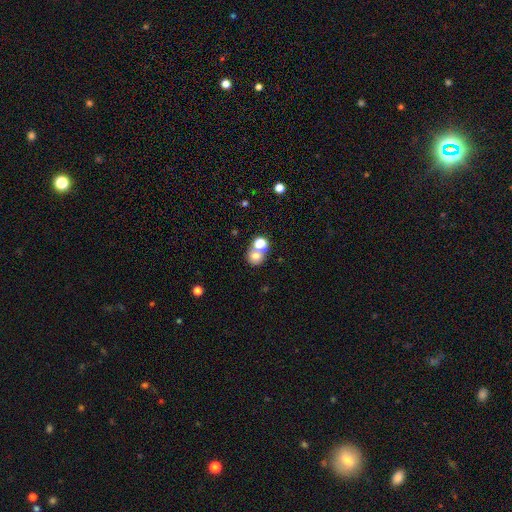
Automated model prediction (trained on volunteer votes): Smooth or featured?
  - smooth: 72% *
  - star or artifact: 15%
  - featured or disk: 13%
How rounded?
  - round: 74% *
  - in between: 25%
  - cigar-shaped: 1%
Merging?
  - merger: 48% *
  - none: 40%
  - minor disturbance: 8%
  - major disturbance: 4%